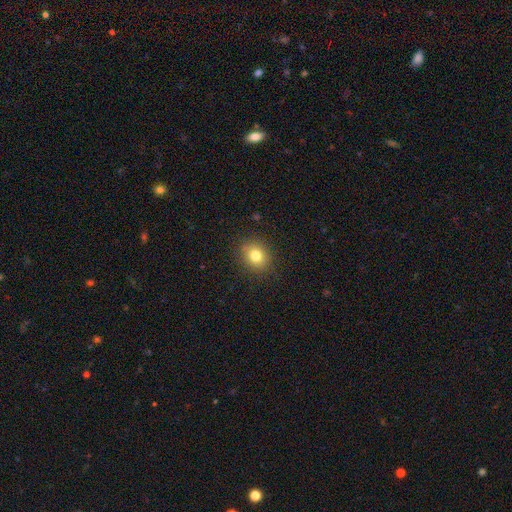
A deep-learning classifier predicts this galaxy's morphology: The model was most divided on "how rounded": round: 68%, in between: 31%, cigar-shaped: 1%. More confident: merging — none (88%); smooth or featured — smooth (80%).